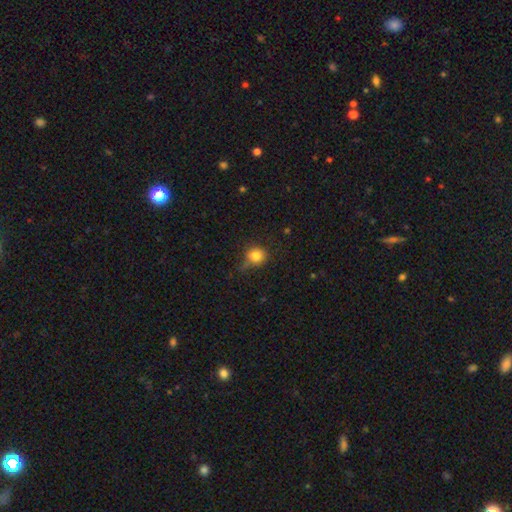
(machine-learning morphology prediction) A smooth galaxy with no disk features (80%) that is round (82%). Merging: none (58%).